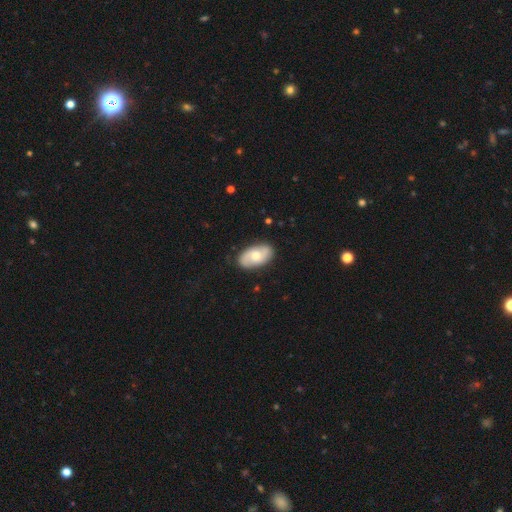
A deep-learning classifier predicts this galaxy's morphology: type=smooth (48%); merging=none (82%).